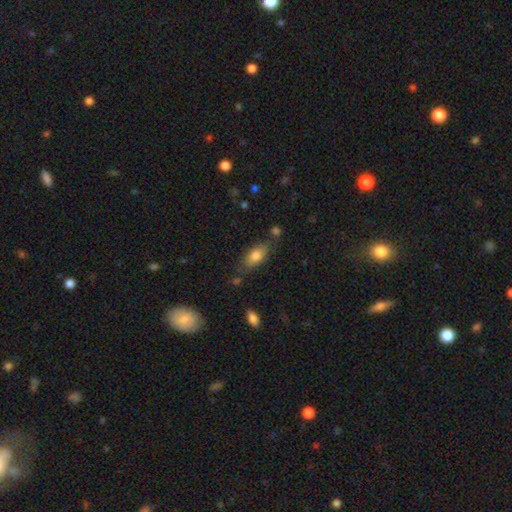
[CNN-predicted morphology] Q: Smooth or featured?
A: smooth (78%); runner-up: featured or disk (15%)
Q: How rounded?
A: in between (83%); runner-up: cigar-shaped (13%)
Q: Merging?
A: none (65%); runner-up: minor disturbance (22%)